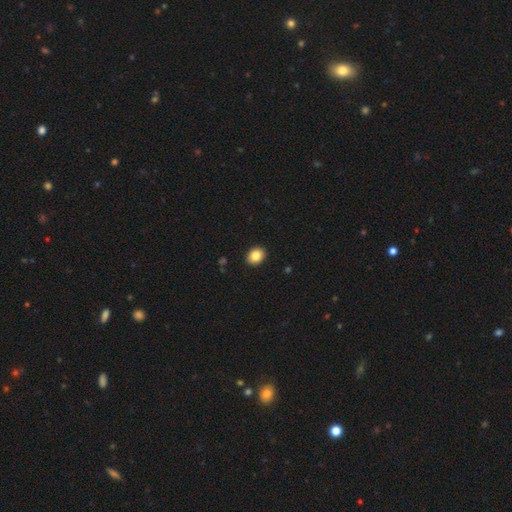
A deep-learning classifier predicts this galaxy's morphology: The model was most divided on "how rounded": in between: 51%, round: 48%, cigar-shaped: 1%. More confident: merging — none (92%); smooth or featured — smooth (86%).